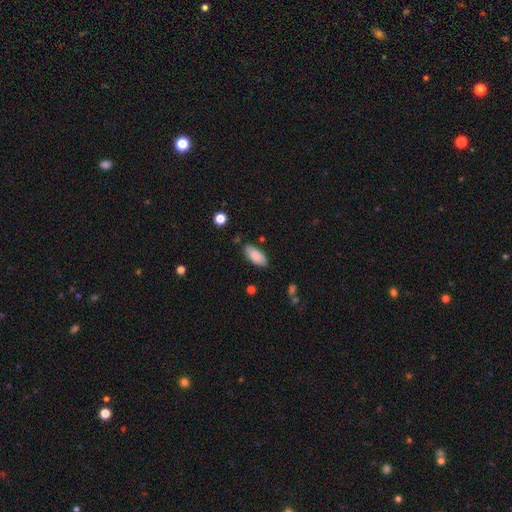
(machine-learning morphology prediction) Smooth or featured?
  - smooth: 86% *
  - featured or disk: 8%
  - star or artifact: 7%
How rounded?
  - in between: 89% *
  - cigar-shaped: 9%
  - round: 2%
Merging?
  - none: 81% *
  - minor disturbance: 14%
  - major disturbance: 3%
  - merger: 2%